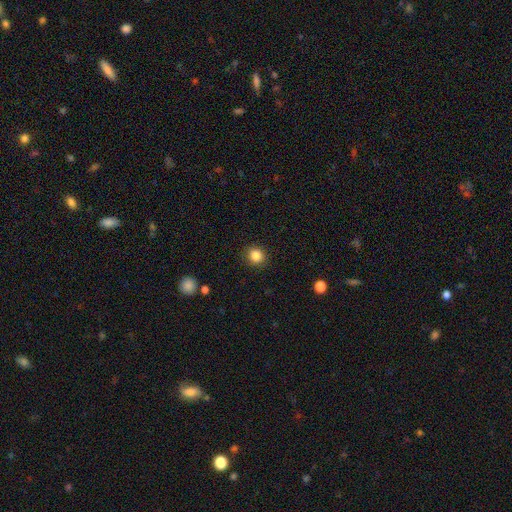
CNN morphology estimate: This appears to be a smooth galaxy with no disk features (86%) that is round (90%). Merging: none (90%).